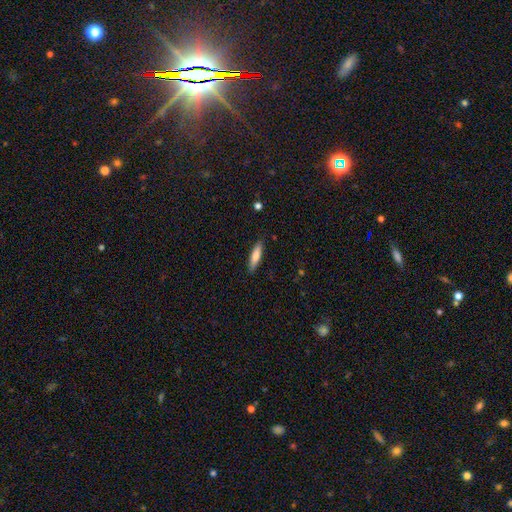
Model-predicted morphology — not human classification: smooth 76%, featured or disk 19%, star or artifact 6%. Down the decision tree: how rounded — cigar-shaped (73%); merging — none (88%).